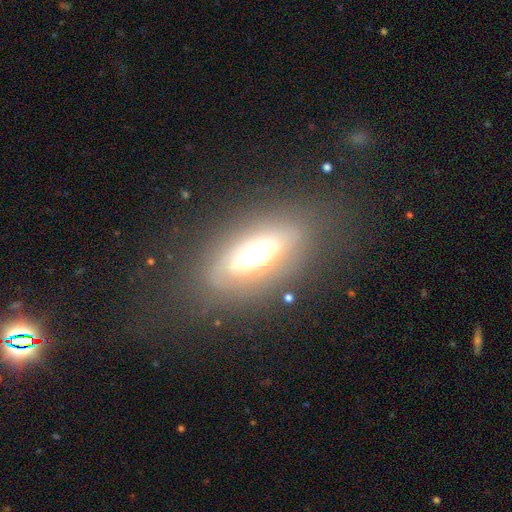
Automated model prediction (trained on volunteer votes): Overall: featured or disk (51%; smooth 38%). Edge-on disk: no (59%; yes 41%). Merging: none (73%).